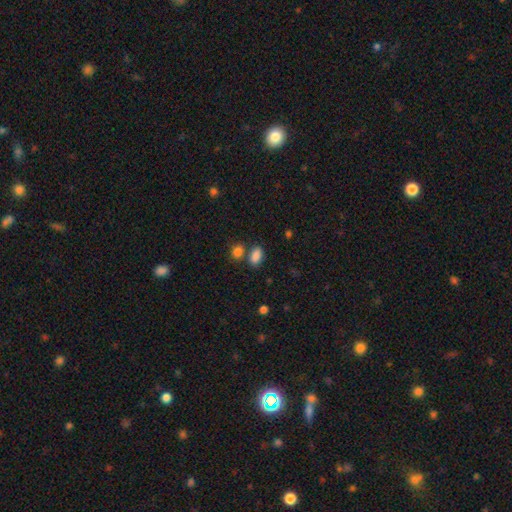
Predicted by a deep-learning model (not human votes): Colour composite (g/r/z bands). It shows a smooth galaxy with no disk features (86%) that is in between round and cigar-shaped (88%). Merging: none (64%).